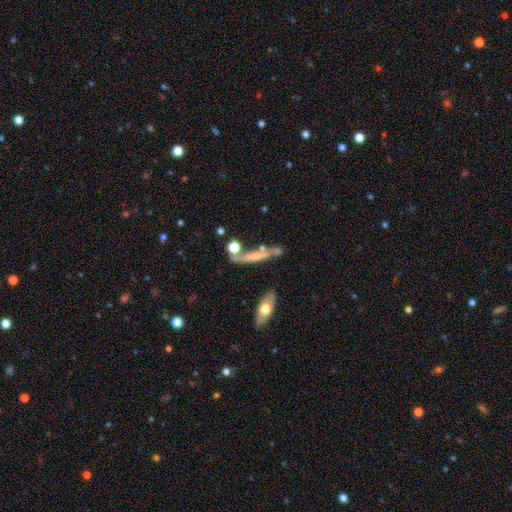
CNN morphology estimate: Smooth or featured: featured or disk — 47% (smooth — 43%)
Merging: none — 53% (merger — 19%)